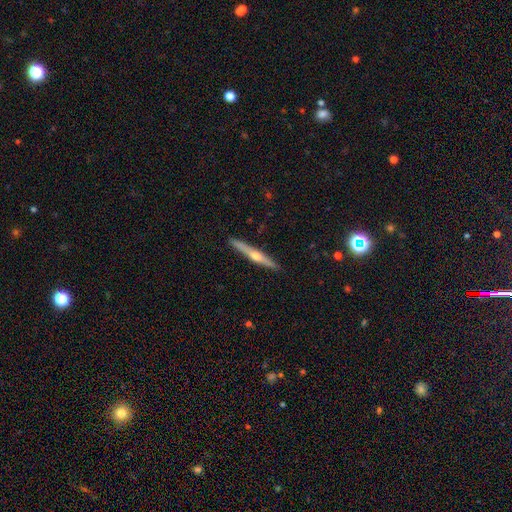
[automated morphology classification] type=featured or disk (70%); edge-on=yes (98%); edge-on bulge=rounded (91%); merging=none (91%).